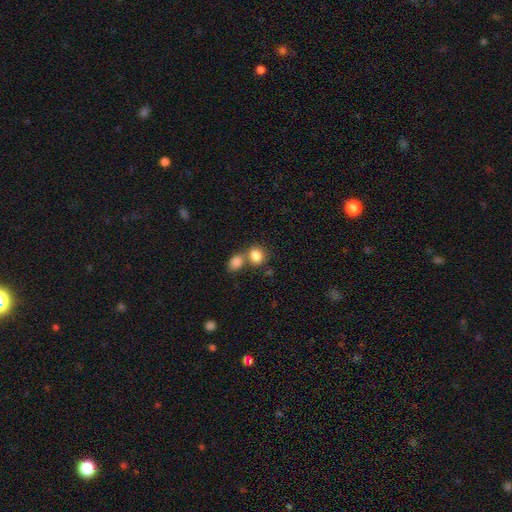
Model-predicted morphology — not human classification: Smooth or featured: smooth — 84% (star or artifact — 9%)
How rounded: round — 58% (in between — 41%)
Merging: merger — 45% (none — 43%)